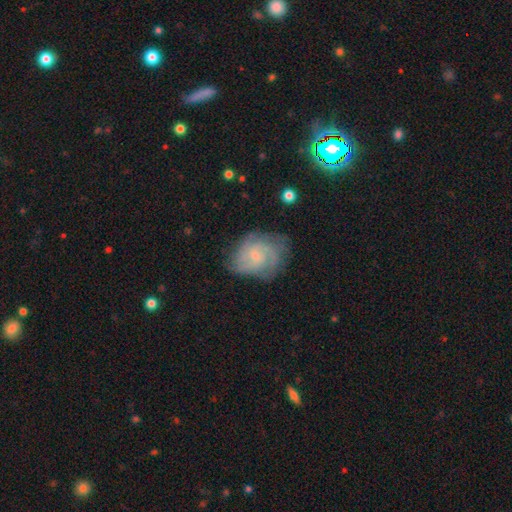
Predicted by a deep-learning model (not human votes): Smooth or featured?
  - featured or disk: 75% *
  - smooth: 18%
  - star or artifact: 7%
Edge-on disk?
  - no: 98% *
  - yes: 2%
Bar?
  - no: 64% *
  - weak: 33%
  - strong: 4%
Spiral arms?
  - yes: 93% *
  - no: 7%
Spiral winding?
  - tight: 49% *
  - medium: 40%
  - loose: 11%
Spiral arm count?
  - can't tell: 30% *
  - 3: 26%
  - 2: 23%
  - 4: 10%
  - 1: 5%
  - more than 4: 5%
Bulge size?
  - small: 72% *
  - moderate: 20%
  - none: 6%
  - large: 1%
  - dominant: 1%
Merging?
  - none: 65% *
  - minor disturbance: 24%
  - major disturbance: 10%
  - merger: 2%